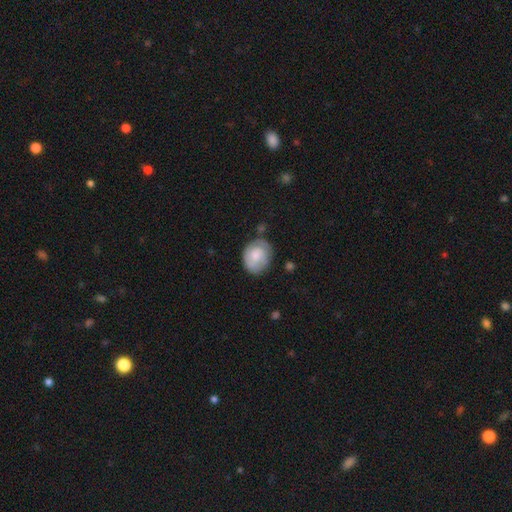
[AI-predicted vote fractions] Smooth or featured: smooth — 52% (featured or disk — 41%)
How rounded: round — 55% (in between — 44%)
Merging: none — 60% (minor disturbance — 26%)